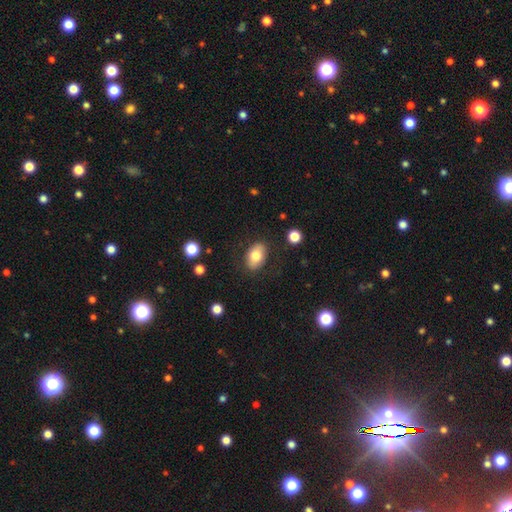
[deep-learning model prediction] This is likely a smooth galaxy (77%). How rounded: clearly in between (86%). Merging: clearly none (82%).